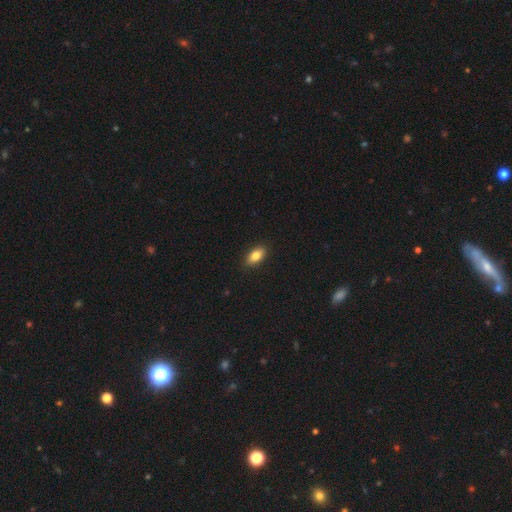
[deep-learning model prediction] The model was most divided on "smooth or featured": smooth: 82%, featured or disk: 10%, star or artifact: 8%. More confident: merging — none (89%); how rounded — in between (89%).